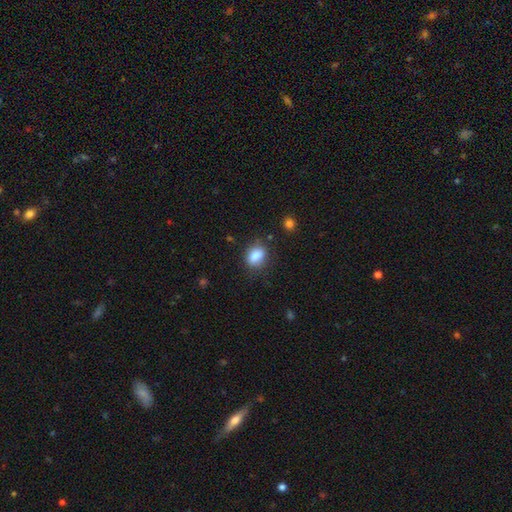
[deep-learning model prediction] This appears to be a smooth galaxy with no disk features (85%) that is in between round and cigar-shaped (72%). Merging: none (75%).